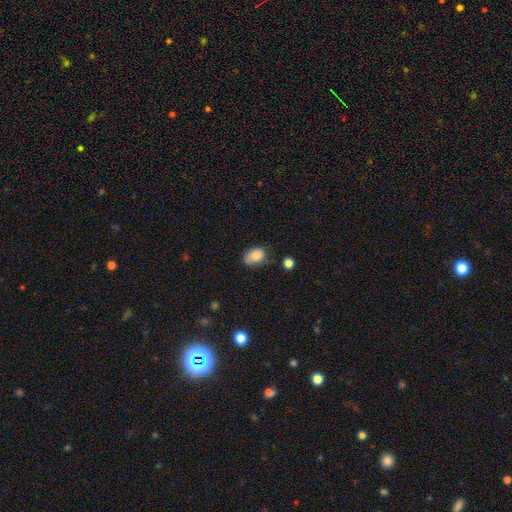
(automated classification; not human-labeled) A smooth galaxy with no disk features (82%) that is in between round and cigar-shaped (83%).

Vote fractions:
- Smooth or featured? smooth: 82% / featured or disk: 10% / star or artifact: 8%
- How rounded? in between: 83% / round: 16% / cigar-shaped: 1%
- Merging? none: 59% / minor disturbance: 30% / major disturbance: 7% / merger: 3%